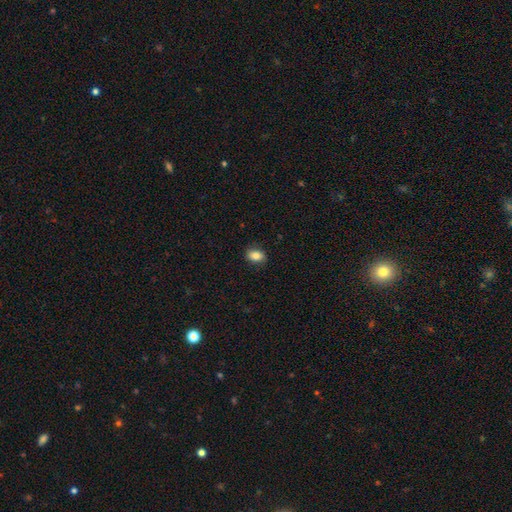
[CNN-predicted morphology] This is clearly a smooth galaxy (80%). How rounded: likely in between (74%). Merging: clearly none (85%).